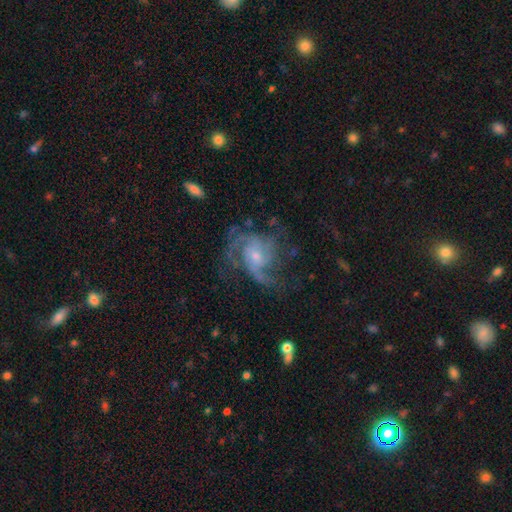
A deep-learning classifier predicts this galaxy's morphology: A featured or disk galaxy (84%) with no bar (64%), 3 (32%) medium (49%) spiral arms (93%) and a small central bulge (58%).

Vote fractions:
- Smooth or featured? featured or disk: 84% / smooth: 9% / star or artifact: 7%
- Edge-on disk? no: 98% / yes: 2%
- Bar? no: 64% / weak: 30% / strong: 6%
- Spiral arms? yes: 93% / no: 7%
- Spiral winding? medium: 49% / loose: 27% / tight: 24%
- Spiral arm count? 3: 32% / 2: 27% / can't tell: 19% / 4: 10% / 1: 6% / more than 4: 5%
- Bulge size? small: 58% / moderate: 35% / none: 3% / large: 3% / dominant: 1%
- Merging? none: 53% / major disturbance: 26% / minor disturbance: 19% / merger: 2%